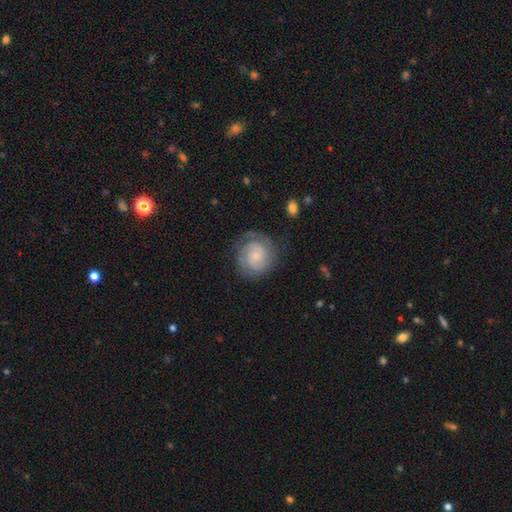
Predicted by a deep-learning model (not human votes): Smooth or featured?
  - featured or disk: 77% *
  - smooth: 17%
  - star or artifact: 6%
Edge-on disk?
  - no: 98% *
  - yes: 2%
Bar?
  - no: 74% *
  - weak: 22%
  - strong: 4%
Spiral arms?
  - yes: 94% *
  - no: 6%
Spiral winding?
  - tight: 70% *
  - medium: 24%
  - loose: 6%
Spiral arm count?
  - 2: 49% *
  - can't tell: 22%
  - 3: 14%
  - 1: 7%
  - 4: 4%
  - more than 4: 4%
Bulge size?
  - small: 74% *
  - moderate: 18%
  - none: 5%
  - large: 2%
  - dominant: 1%
Merging?
  - none: 74% *
  - minor disturbance: 16%
  - major disturbance: 9%
  - merger: 1%